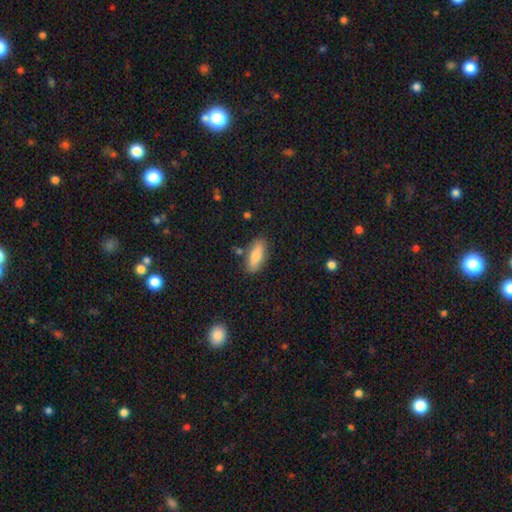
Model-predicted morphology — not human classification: Overall: smooth (78%). How rounded: in between (75%). Merging: none (81%).